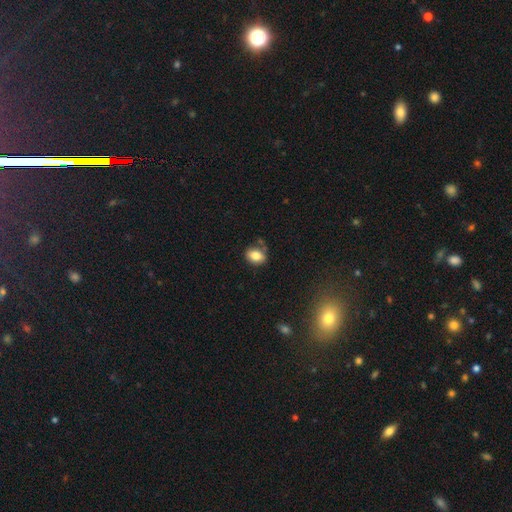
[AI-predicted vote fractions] Smooth or featured: smooth — 81% (star or artifact — 9%)
How rounded: in between — 63% (round — 36%)
Merging: none — 69% (minor disturbance — 18%)